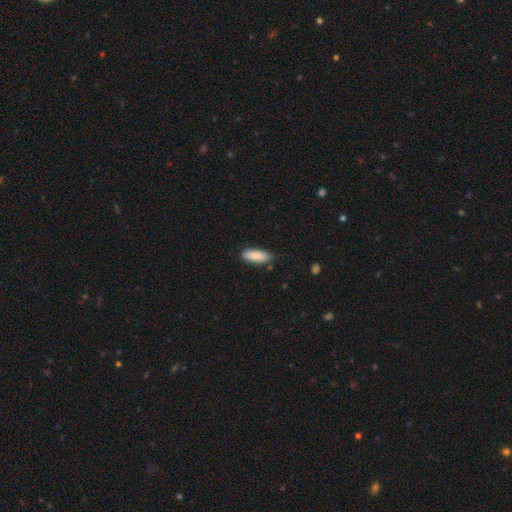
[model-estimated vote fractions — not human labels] smooth_or_featured: smooth (p=0.85) [alt: featured or disk p=0.09]
how_rounded: in between (p=0.68) [alt: cigar-shaped p=0.30]
merging: none (p=0.82) [alt: minor disturbance p=0.14]